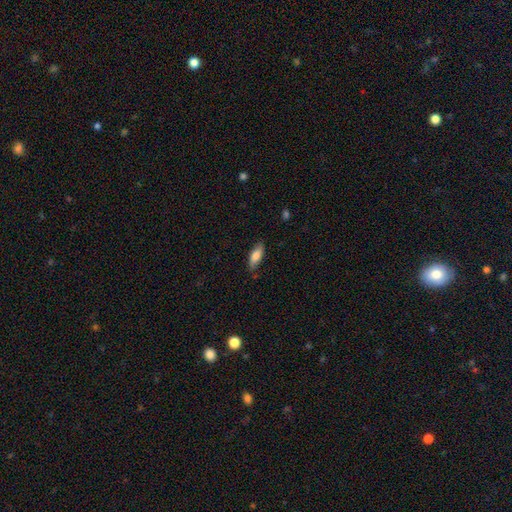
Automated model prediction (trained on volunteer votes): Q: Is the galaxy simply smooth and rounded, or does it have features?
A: smooth — 79%.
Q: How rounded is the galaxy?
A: in between — 70%.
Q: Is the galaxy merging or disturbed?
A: none — 80%.